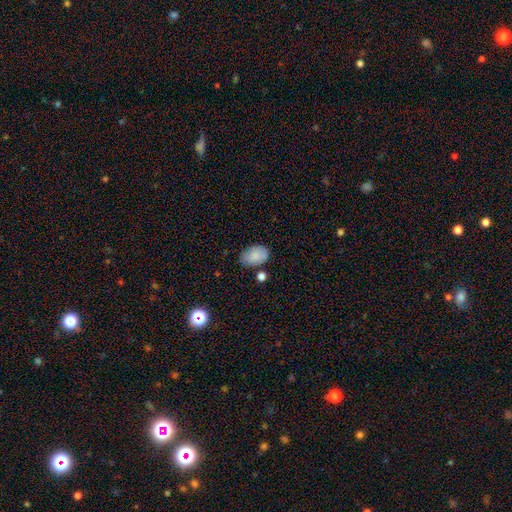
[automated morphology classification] Smooth or featured? smooth (84%)
How rounded? in between (89%)
Merging? none (68%)